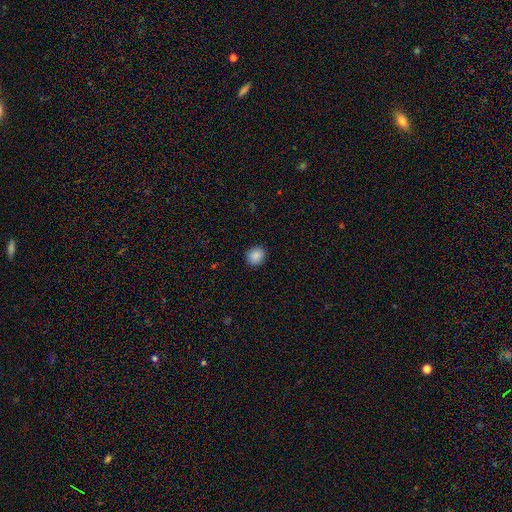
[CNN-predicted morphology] A smooth galaxy with no disk features (88%) that is round (71%). Merging: none (90%).